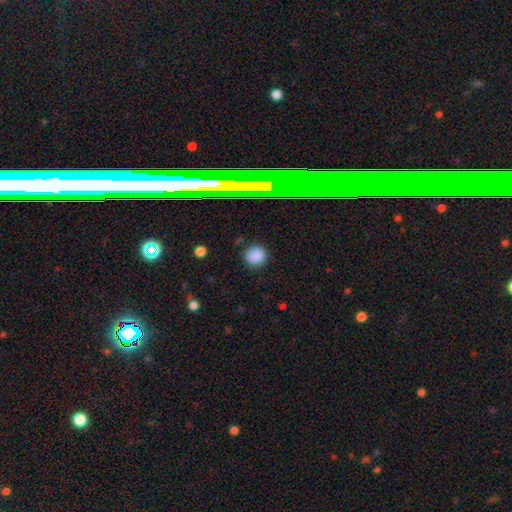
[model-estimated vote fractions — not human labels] smooth 82%, star or artifact 13%, featured or disk 5%. Down the decision tree: how rounded — round (88%); merging — none (87%).